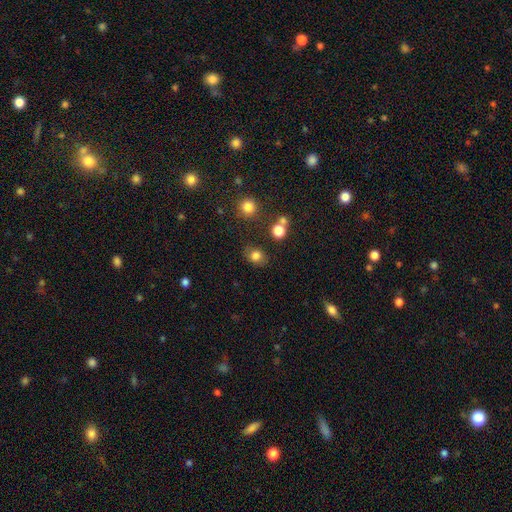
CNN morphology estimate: Smooth or featured? smooth (80%)
How rounded? round (58%)
Merging? none (77%)